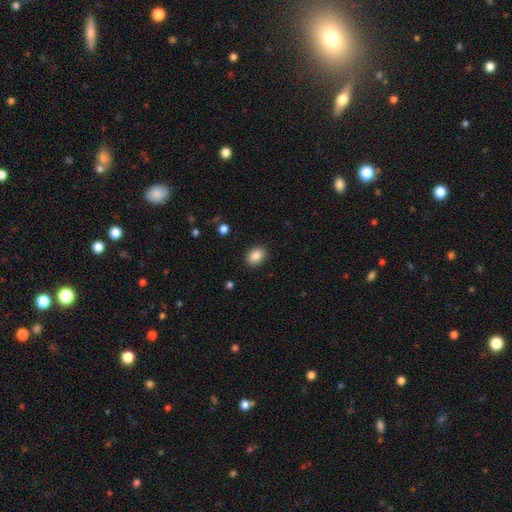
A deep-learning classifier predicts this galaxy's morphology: Smooth or featured: smooth — 88% (star or artifact — 8%)
How rounded: in between — 78% (round — 21%)
Merging: none — 88% (minor disturbance — 8%)